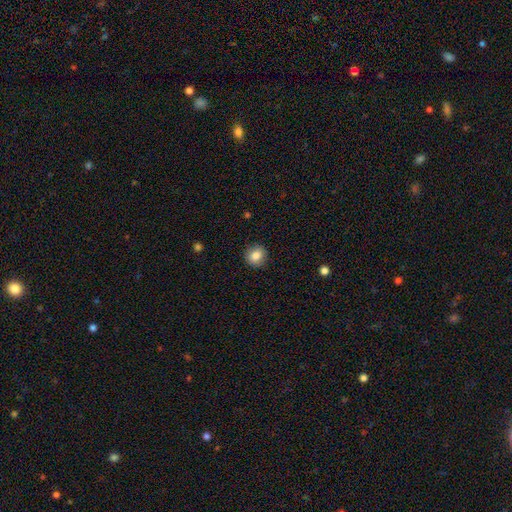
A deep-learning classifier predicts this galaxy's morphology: Smooth or featured: smooth — 84% (star or artifact — 9%)
How rounded: round — 84% (in between — 15%)
Merging: none — 89% (minor disturbance — 8%)